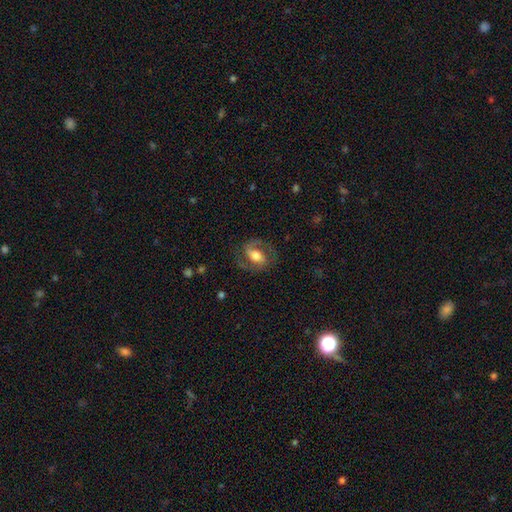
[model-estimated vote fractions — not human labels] A featured or disk galaxy (72%) with a weak bar (38%), 2 (86%) medium (54%) spiral arms (88%) and a moderate central bulge (60%).

Vote fractions:
- Smooth or featured? featured or disk: 72% / smooth: 22% / star or artifact: 7%
- Edge-on disk? no: 96% / yes: 4%
- Bar? weak: 38% / strong: 35% / no: 27%
- Spiral arms? yes: 88% / no: 12%
- Spiral winding? medium: 54% / tight: 25% / loose: 22%
- Spiral arm count? 2: 86% / 1: 6% / can't tell: 5% / 3: 1% / 4: 1% / more than 4: 1%
- Bulge size? moderate: 60% / large: 24% / small: 12% / dominant: 2% / none: 2%
- Merging? none: 72% / minor disturbance: 15% / major disturbance: 12% / merger: 1%